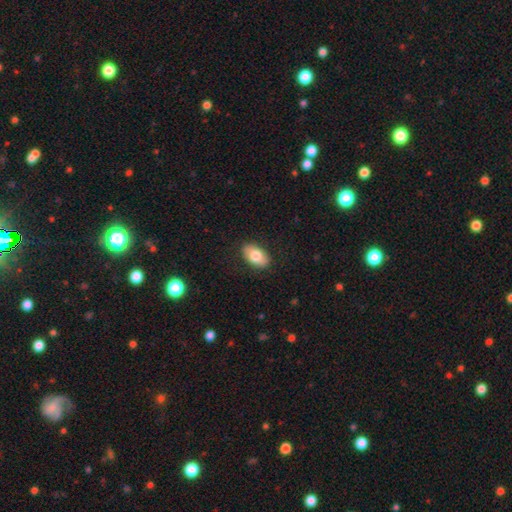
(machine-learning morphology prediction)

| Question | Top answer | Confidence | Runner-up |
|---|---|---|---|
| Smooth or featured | smooth | 78% | featured or disk (15%) |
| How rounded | in between | 92% | round (6%) |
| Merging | none | 87% | minor disturbance (10%) |